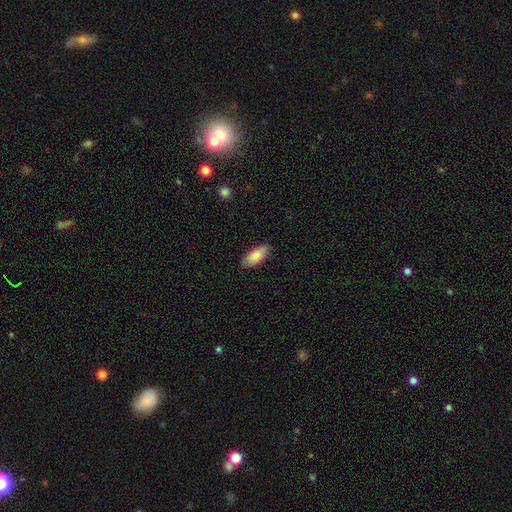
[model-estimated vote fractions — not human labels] This is clearly a smooth galaxy (86%). How rounded: clearly in between (88%). Merging: clearly none (86%).